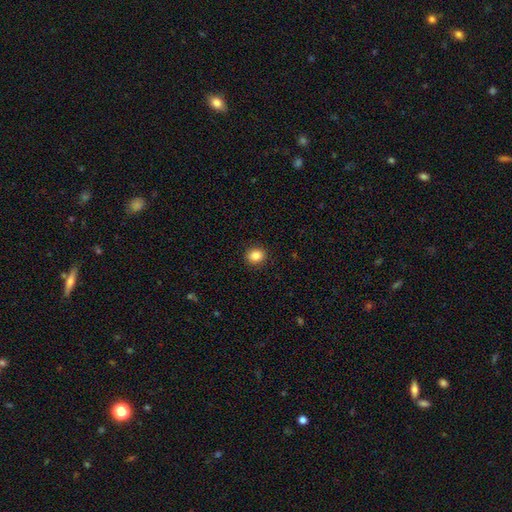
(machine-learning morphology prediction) This is clearly a smooth galaxy (86%). How rounded: likely round (69%). Merging: clearly none (91%).